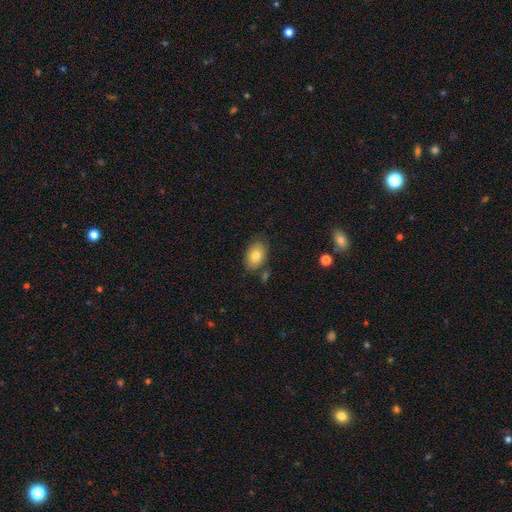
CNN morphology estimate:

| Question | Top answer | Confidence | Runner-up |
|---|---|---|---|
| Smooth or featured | smooth | 80% | featured or disk (12%) |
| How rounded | in between | 84% | round (14%) |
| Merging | none | 75% | minor disturbance (16%) |